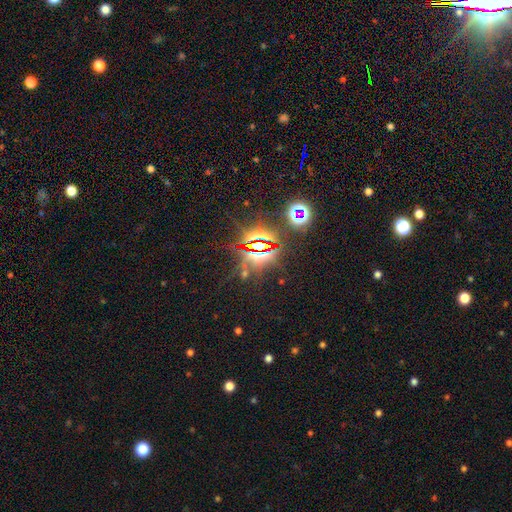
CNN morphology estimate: Q: Smooth or featured?
A: star or artifact (85%); runner-up: smooth (9%)